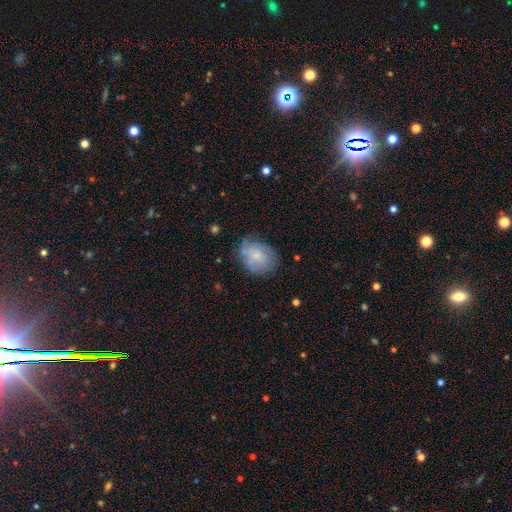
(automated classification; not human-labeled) smooth 64%, featured or disk 28%, star or artifact 8%. Down the decision tree: how rounded — in between (59%); merging — none (62%).